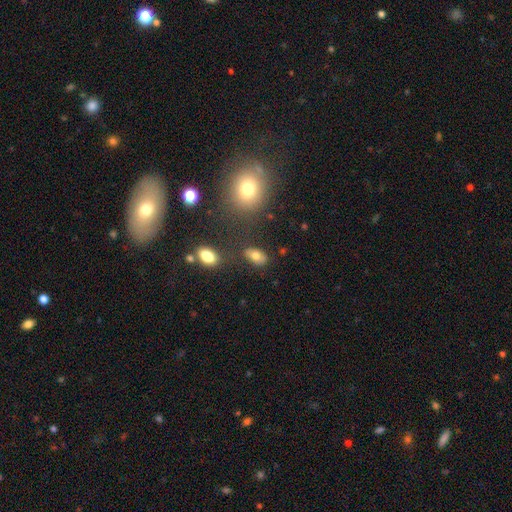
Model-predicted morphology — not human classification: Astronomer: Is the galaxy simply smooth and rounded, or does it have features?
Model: smooth — 76%.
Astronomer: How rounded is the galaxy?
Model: in between — 87%.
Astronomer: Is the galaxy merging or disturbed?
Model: none — 75%.